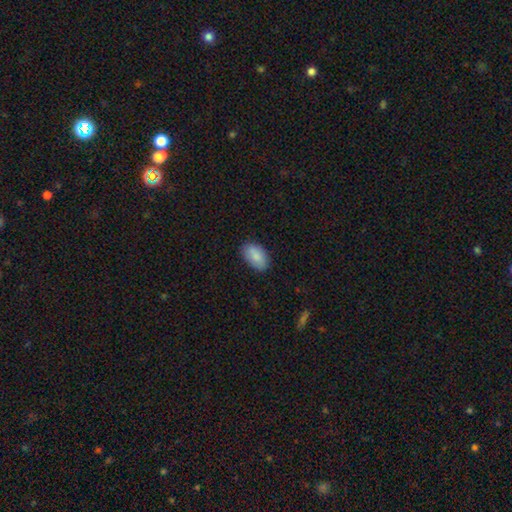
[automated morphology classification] smooth_or_featured: smooth (p=0.88) [alt: star or artifact p=0.06]
how_rounded: in between (p=0.93) [alt: round p=0.05]
merging: none (p=0.84) [alt: minor disturbance p=0.12]